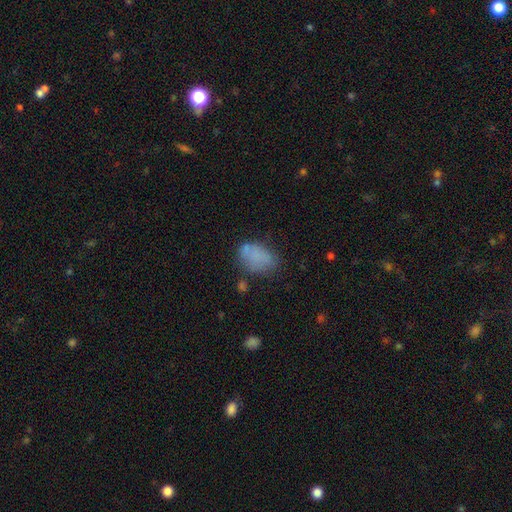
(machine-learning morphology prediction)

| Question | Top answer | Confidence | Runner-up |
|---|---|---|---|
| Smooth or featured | smooth | 74% | featured or disk (15%) |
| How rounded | in between | 86% | round (12%) |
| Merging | none | 54% | minor disturbance (26%) |